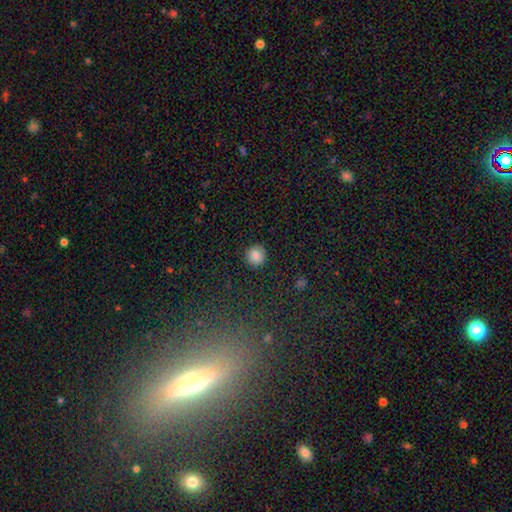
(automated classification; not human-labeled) Morphology: type=smooth (85%); roundness=round (92%); merging=none (91%).